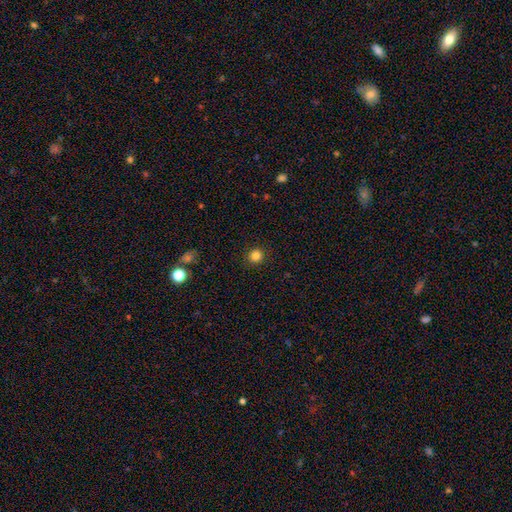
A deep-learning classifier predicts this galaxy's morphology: type=smooth (83%); roundness=round (92%); merging=none (92%).